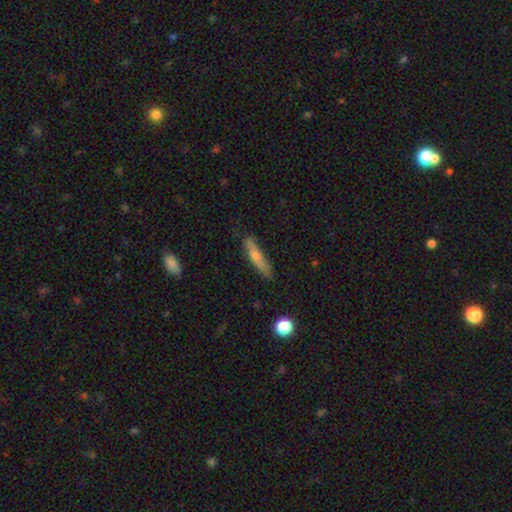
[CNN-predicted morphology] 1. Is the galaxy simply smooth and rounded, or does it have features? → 56% smooth, 37% featured or disk, 7% star or artifact.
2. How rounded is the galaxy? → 87% cigar-shaped, 11% in between, 2% round.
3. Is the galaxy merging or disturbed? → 77% none, 17% minor disturbance, 4% major disturbance, 2% merger.